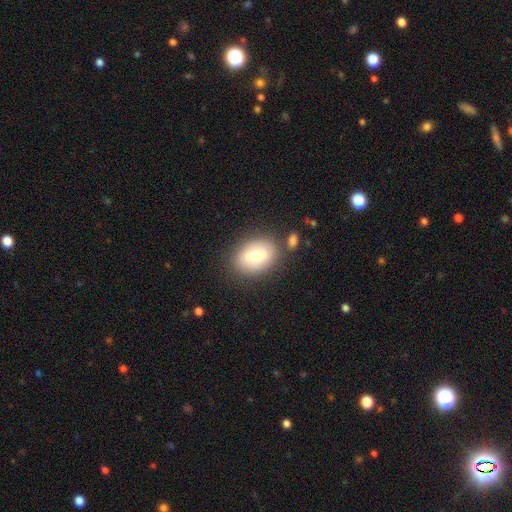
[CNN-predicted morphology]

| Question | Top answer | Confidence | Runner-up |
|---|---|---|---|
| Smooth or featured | smooth | 62% | featured or disk (31%) |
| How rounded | in between | 71% | round (27%) |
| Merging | none | 76% | minor disturbance (13%) |